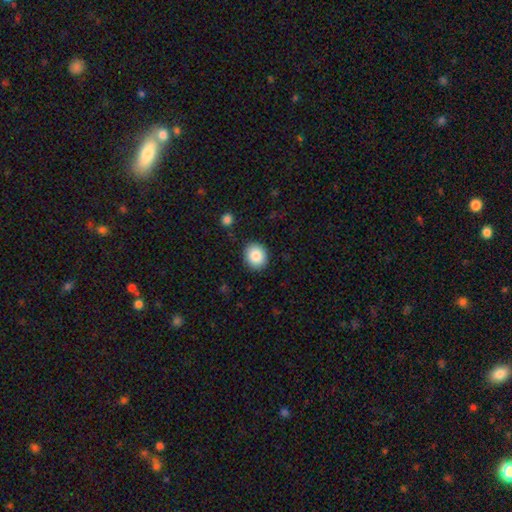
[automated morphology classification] The model was most divided on "how rounded": round: 70%, in between: 29%, cigar-shaped: 1%. More confident: merging — none (89%); smooth or featured — smooth (86%).